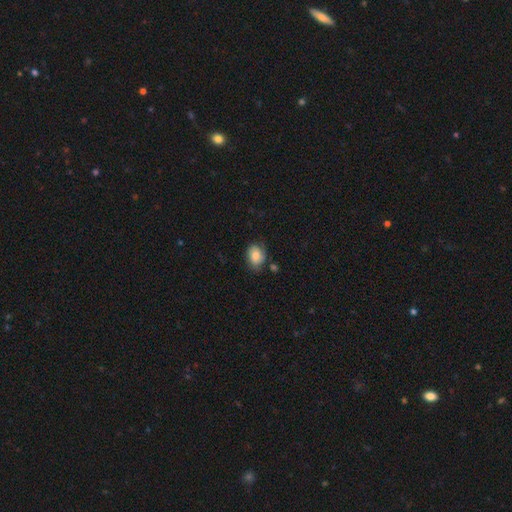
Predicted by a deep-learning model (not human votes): smooth_or_featured: smooth (p=0.73) [alt: featured or disk p=0.19]
how_rounded: in between (p=0.61) [alt: round p=0.38]
merging: none (p=0.63) [alt: minor disturbance p=0.25]